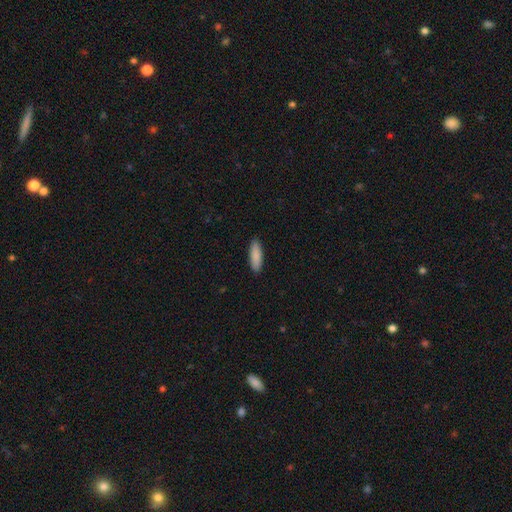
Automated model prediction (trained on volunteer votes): smooth-or-featured: smooth: 90% | star or artifact: 5% | featured or disk: 5%
  how-rounded: in between: 53% | cigar-shaped: 46% | round: 1%
  merging: none: 90% | minor disturbance: 8% | major disturbance: 2% | merger: 1%